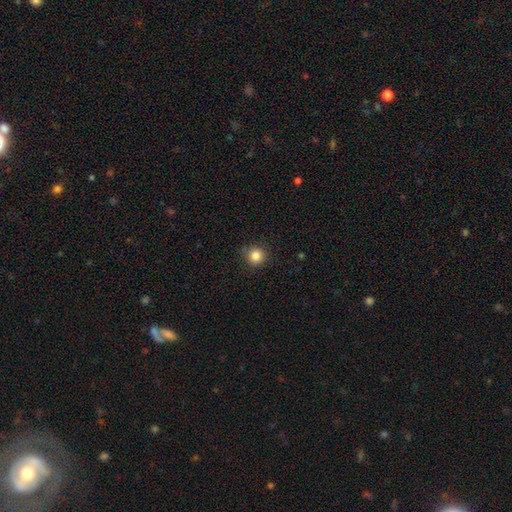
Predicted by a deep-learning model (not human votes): Smooth or featured: smooth — 85% (star or artifact — 11%)
How rounded: round — 94% (in between — 5%)
Merging: none — 89% (minor disturbance — 8%)